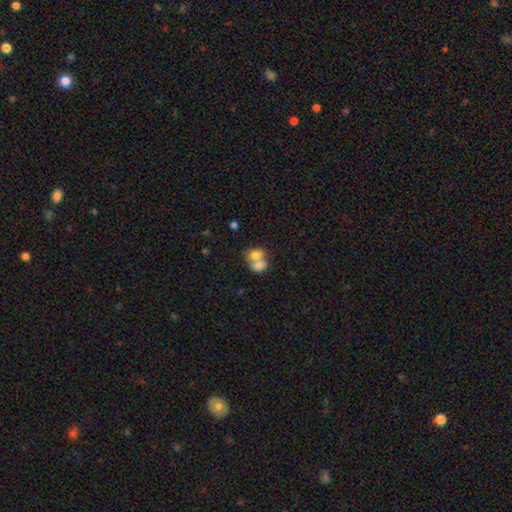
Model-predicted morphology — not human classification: Smooth or featured: smooth — 76% (featured or disk — 15%)
How rounded: in between — 67% (round — 32%)
Merging: merger — 71% (none — 19%)